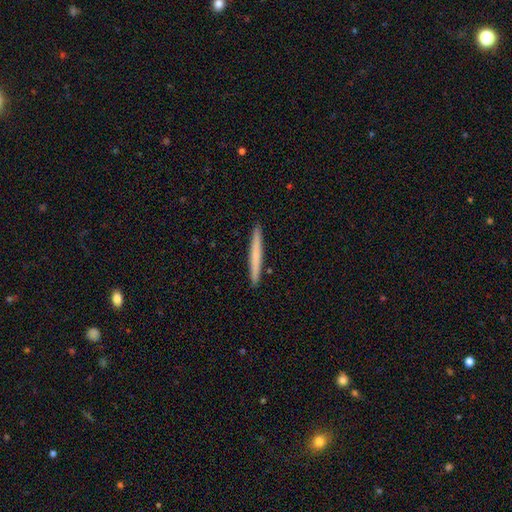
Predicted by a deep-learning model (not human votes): This is likely a smooth galaxy (65%). How rounded: clearly cigar-shaped (97%). Merging: clearly none (93%).